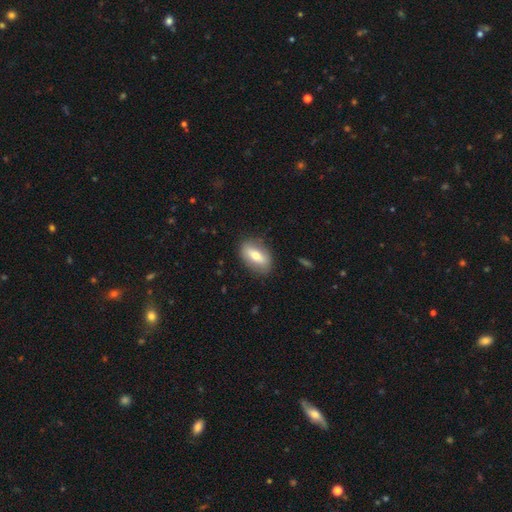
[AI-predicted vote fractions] Q: Smooth or featured?
A: smooth (64%); runner-up: featured or disk (30%)
Q: How rounded?
A: in between (86%); runner-up: round (9%)
Q: Merging?
A: none (82%); runner-up: minor disturbance (13%)